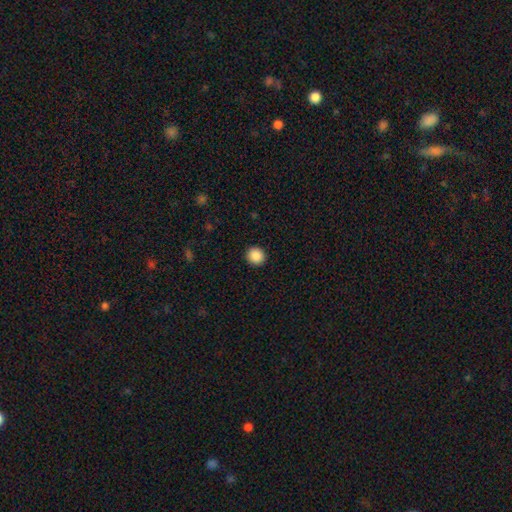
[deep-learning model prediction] Smooth or featured? smooth (88%)
How rounded? round (92%)
Merging? none (93%)